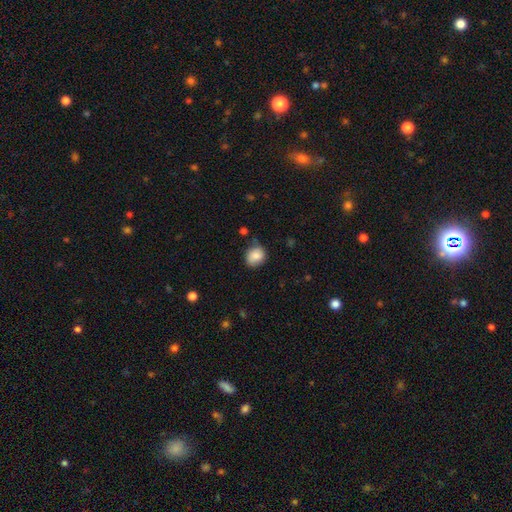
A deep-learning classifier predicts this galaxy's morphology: smooth_or_featured: smooth (p=0.79) [alt: featured or disk p=0.12]
how_rounded: round (p=0.70) [alt: in between p=0.29]
merging: none (p=0.68) [alt: minor disturbance p=0.24]